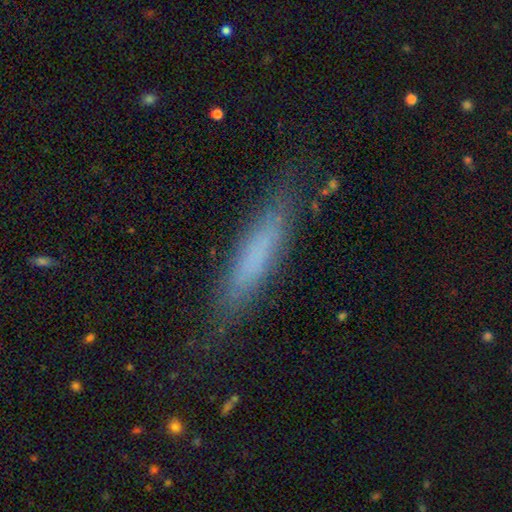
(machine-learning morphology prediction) Smooth or featured: smooth — 62% (featured or disk — 29%)
How rounded: cigar-shaped — 83% (in between — 15%)
Merging: none — 78% (minor disturbance — 16%)